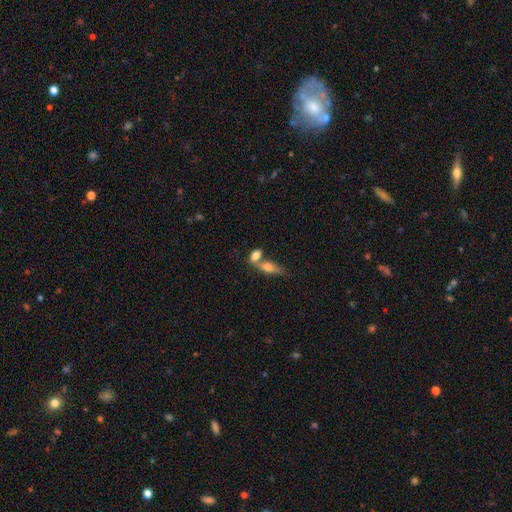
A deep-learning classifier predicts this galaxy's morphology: The model was most divided on "merging": merger: 52%, none: 35%, minor disturbance: 9%, major disturbance: 4%. More confident: how rounded — in between (79%); smooth or featured — smooth (76%).